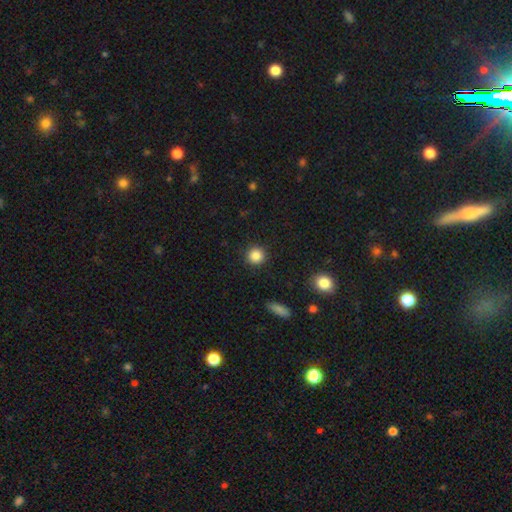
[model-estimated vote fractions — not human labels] Smooth or featured?
  - smooth: 86% *
  - star or artifact: 10%
  - featured or disk: 4%
How rounded?
  - round: 94% *
  - in between: 5%
  - cigar-shaped: 1%
Merging?
  - none: 91% *
  - minor disturbance: 6%
  - major disturbance: 2%
  - merger: 1%